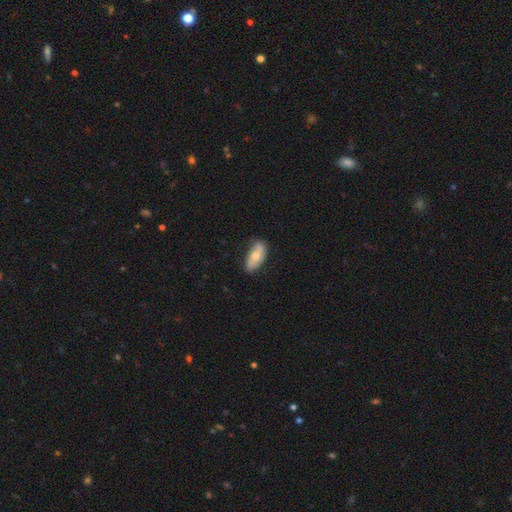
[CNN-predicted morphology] Smooth or featured: smooth — 56% (featured or disk — 38%)
How rounded: in between — 89% (cigar-shaped — 7%)
Merging: none — 69% (minor disturbance — 24%)